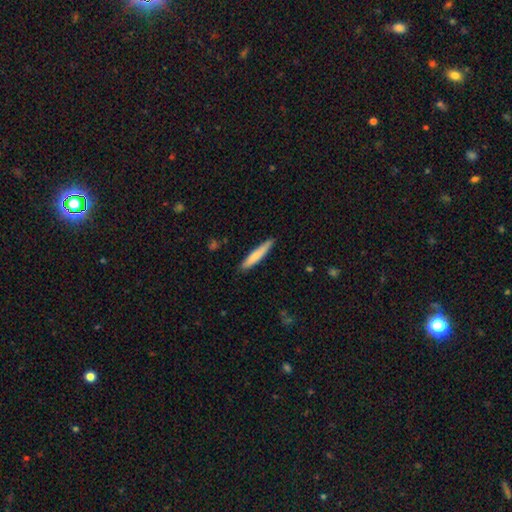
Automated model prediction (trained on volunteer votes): Overall: smooth (76%). How rounded: cigar-shaped (91%). Merging: none (84%).